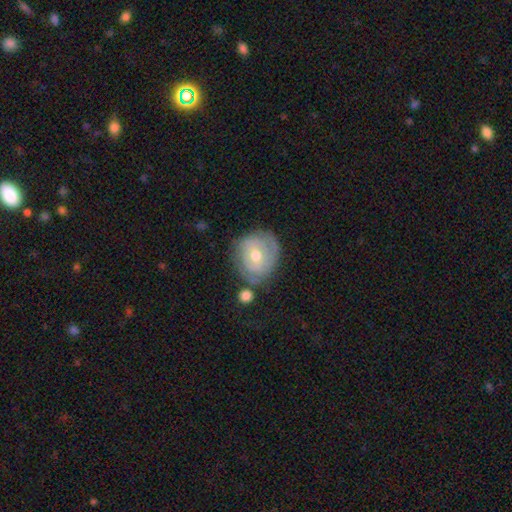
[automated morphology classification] A featured or disk galaxy (59%) with no bar (66%), spiral arms (69%) and a moderate central bulge (72%).

Vote fractions:
- Smooth or featured? featured or disk: 59% / smooth: 34% / star or artifact: 7%
- Edge-on disk? no: 96% / yes: 4%
- Bar? no: 66% / weak: 28% / strong: 6%
- Spiral arms? yes: 69% / no: 31%
- Bulge size? moderate: 72% / small: 23% / large: 4% / none: 1% / dominant: 1%
- Merging? none: 64% / minor disturbance: 21% / major disturbance: 8% / merger: 7%